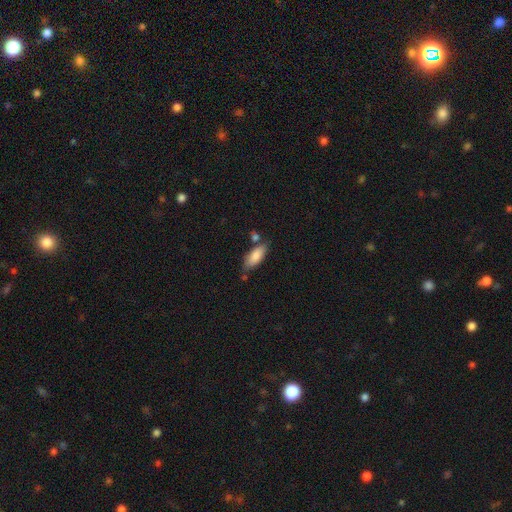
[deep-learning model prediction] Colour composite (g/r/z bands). It shows a smooth galaxy with no disk features (84%) that is in between round and cigar-shaped (76%). Merging: none (67%).